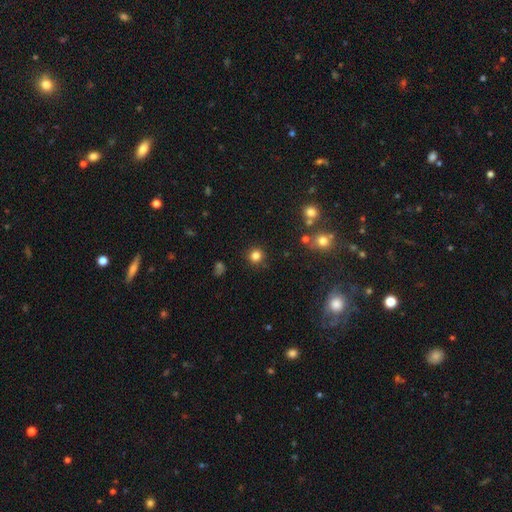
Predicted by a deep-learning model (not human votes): smooth 81%, star or artifact 14%, featured or disk 5%. Down the decision tree: how rounded — round (92%); merging — none (89%).